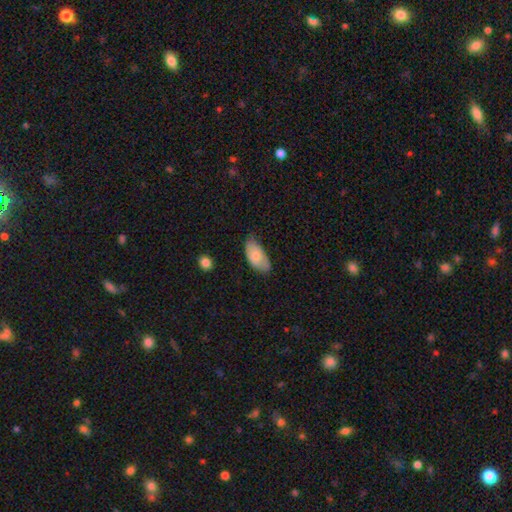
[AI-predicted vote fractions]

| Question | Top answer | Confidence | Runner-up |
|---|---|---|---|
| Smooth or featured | smooth | 75% | featured or disk (19%) |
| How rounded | in between | 94% | cigar-shaped (3%) |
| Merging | none | 58% | minor disturbance (34%) |